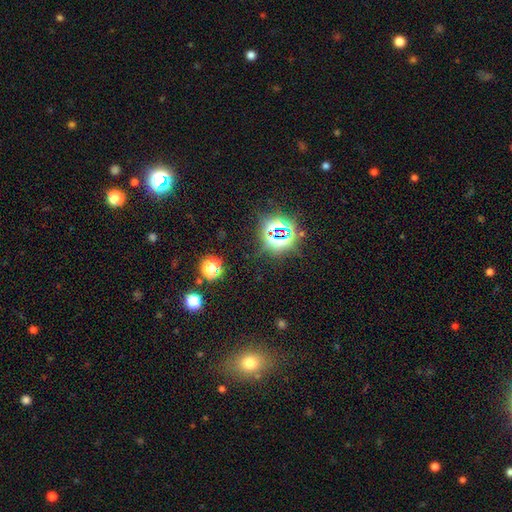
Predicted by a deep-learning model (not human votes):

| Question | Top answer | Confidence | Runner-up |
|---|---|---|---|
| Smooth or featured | star or artifact | 75% | smooth (17%) |